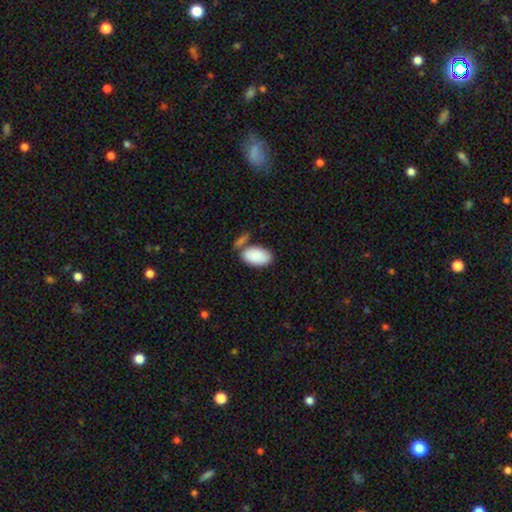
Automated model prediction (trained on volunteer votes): The model was most divided on "merging": none: 59%, merger: 18%, minor disturbance: 17%, major disturbance: 6%. More confident: how rounded — in between (96%); smooth or featured — smooth (88%).